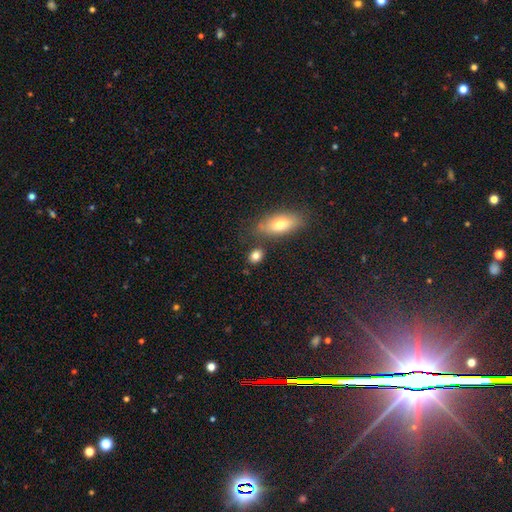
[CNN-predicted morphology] A smooth galaxy with no disk features (82%) that is in between round and cigar-shaped (53%). Merging: none (75%).